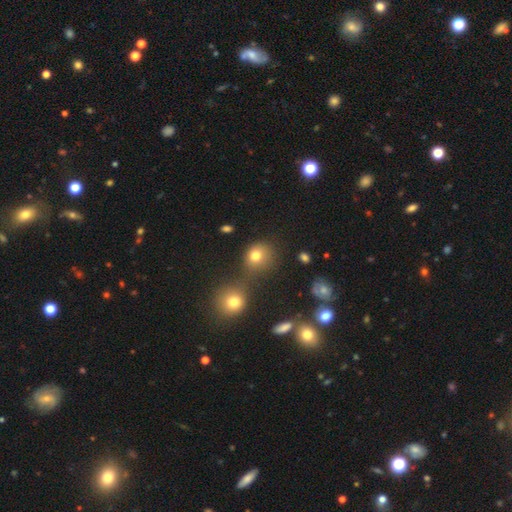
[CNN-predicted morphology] Smooth or featured: smooth — 75% (star or artifact — 16%)
How rounded: round — 75% (in between — 24%)
Merging: none — 56% (merger — 26%)